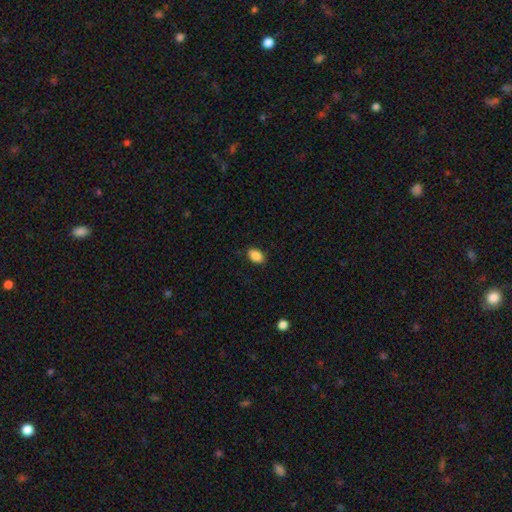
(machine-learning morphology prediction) This appears to be a smooth galaxy with no disk features (88%) that is in between round and cigar-shaped (89%). Merging: none (87%).